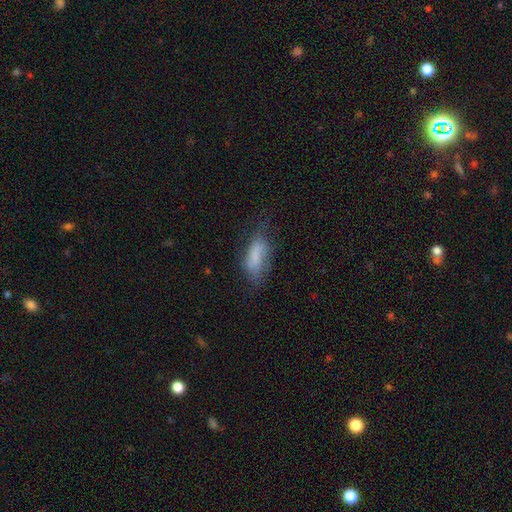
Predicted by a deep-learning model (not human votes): Morphology: type=smooth (65%); roundness=in between (81%); merging=none (44%).